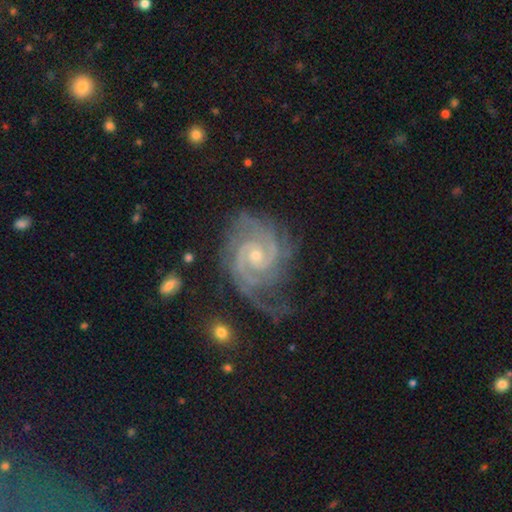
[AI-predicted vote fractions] smooth_or_featured: featured or disk (p=0.93) [alt: star or artifact p=0.04]
disk_edge_on: no (p=0.98) [alt: yes p=0.02]
bar: no (p=0.63) [alt: weak p=0.29]
has_spiral_arms: yes (p=0.99) [alt: no p=0.01]
spiral_winding: tight (p=0.67) [alt: medium p=0.29]
spiral_arm_count: 2 (p=0.63) [alt: 3 p=0.16]
bulge_size: small (p=0.64) [alt: moderate p=0.33]
merging: none (p=0.61) [alt: minor disturbance p=0.23]